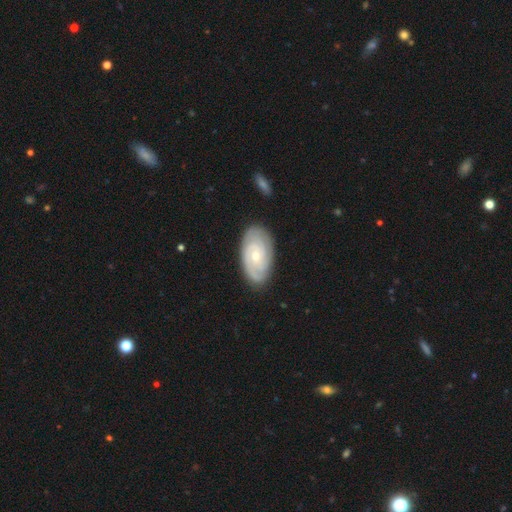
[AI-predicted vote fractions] The model was most divided on "spiral arm count": 2: 43%, can't tell: 24%, 3: 20%, 4: 5%, 1: 4%, more than 4: 4%. More confident: edge-on disk — no (96%); spiral arms — yes (95%); merging — none (83%); smooth or featured — featured or disk (81%); spiral winding — tight (73%); bar — no (69%); bulge size — small (58%).